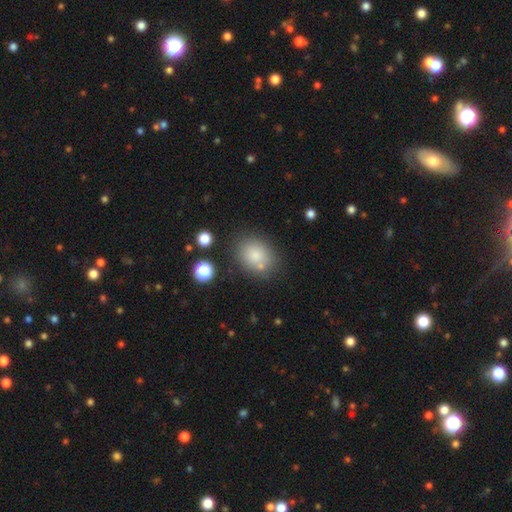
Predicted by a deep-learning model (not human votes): smooth-or-featured: smooth: 80% | star or artifact: 11% | featured or disk: 10%
  how-rounded: in between: 51% | round: 48% | cigar-shaped: 1%
  merging: none: 72% | minor disturbance: 14% | merger: 9% | major disturbance: 5%